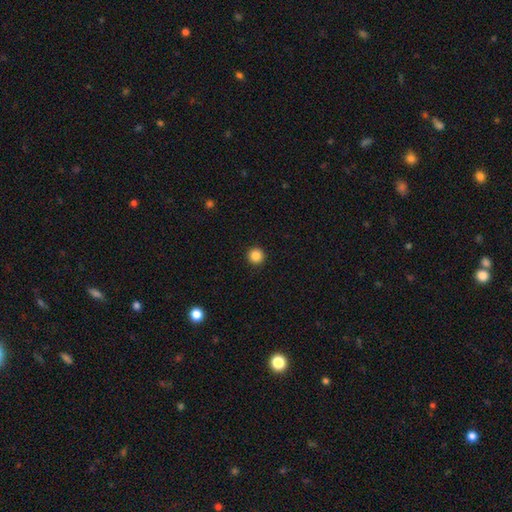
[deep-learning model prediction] Smooth or featured: smooth — 86% (star or artifact — 10%)
How rounded: round — 96% (in between — 3%)
Merging: none — 94% (minor disturbance — 4%)